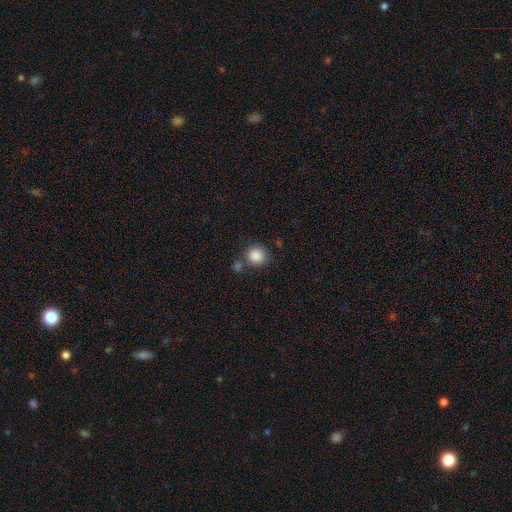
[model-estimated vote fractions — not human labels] smooth 87%, star or artifact 9%, featured or disk 4%. Down the decision tree: how rounded — round (88%); merging — none (68%).